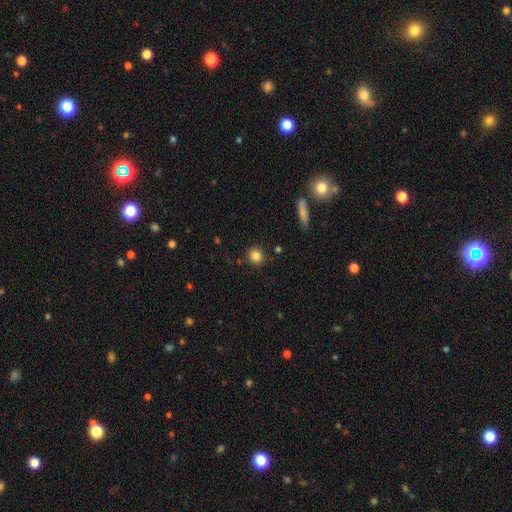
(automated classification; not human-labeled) This is clearly a smooth galaxy (84%). How rounded: clearly round (88%). Merging: clearly none (87%).